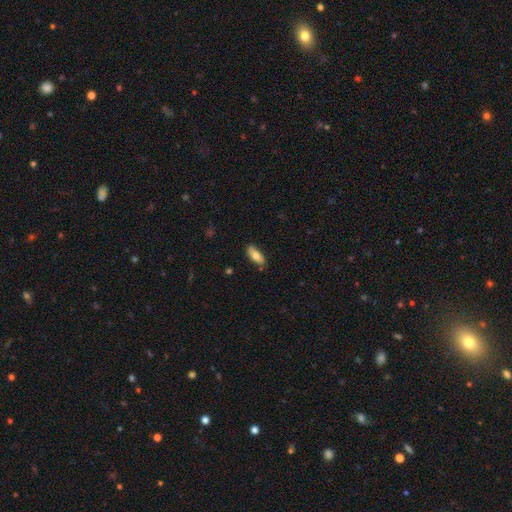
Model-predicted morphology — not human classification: Q: Smooth or featured?
A: smooth (76%); runner-up: featured or disk (18%)
Q: How rounded?
A: in between (75%); runner-up: cigar-shaped (23%)
Q: Merging?
A: none (81%); runner-up: minor disturbance (15%)